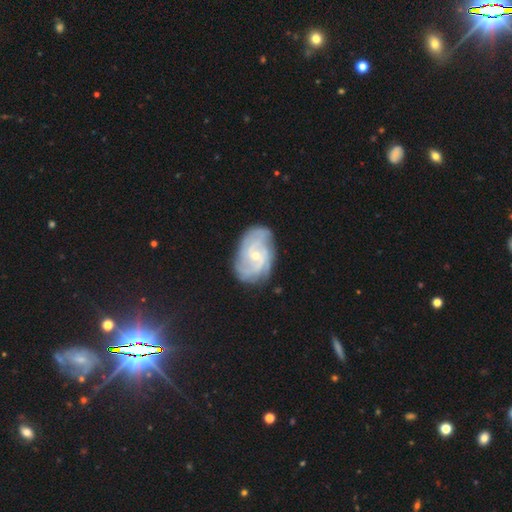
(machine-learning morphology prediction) smooth-or-featured: featured or disk: 81% | smooth: 13% | star or artifact: 6%
  disk-edge-on: no: 97% | yes: 3%
    bar: no: 65% | weak: 30% | strong: 5%
    has-spiral-arms: yes: 94% | no: 6%
      spiral-winding: tight: 57% | medium: 33% | loose: 10%
      spiral-arm-count: can't tell: 33% | 2: 22% | 3: 19% | 4: 13% | more than 4: 6% | 1: 6%
    bulge-size: small: 69% | moderate: 29% | none: 1% | large: 1% | dominant: 1%
  merging: none: 75% | minor disturbance: 18% | major disturbance: 5% | merger: 2%